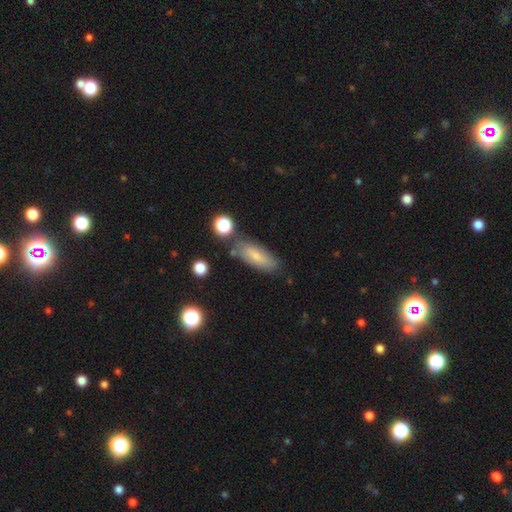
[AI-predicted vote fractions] A smooth galaxy with no disk features (72%) that is in between round and cigar-shaped (70%).

Vote fractions:
- Smooth or featured? smooth: 72% / featured or disk: 19% / star or artifact: 9%
- How rounded? in between: 70% / cigar-shaped: 27% / round: 3%
- Merging? none: 73% / minor disturbance: 17% / merger: 6% / major disturbance: 4%